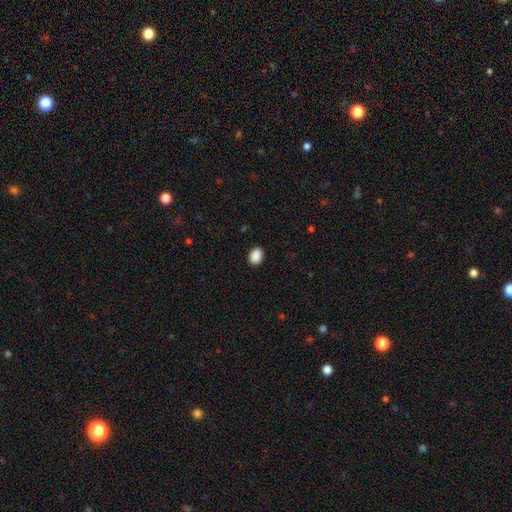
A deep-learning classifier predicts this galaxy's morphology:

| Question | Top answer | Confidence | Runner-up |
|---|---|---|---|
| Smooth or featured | smooth | 90% | star or artifact (8%) |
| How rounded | in between | 74% | round (25%) |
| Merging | none | 89% | minor disturbance (8%) |